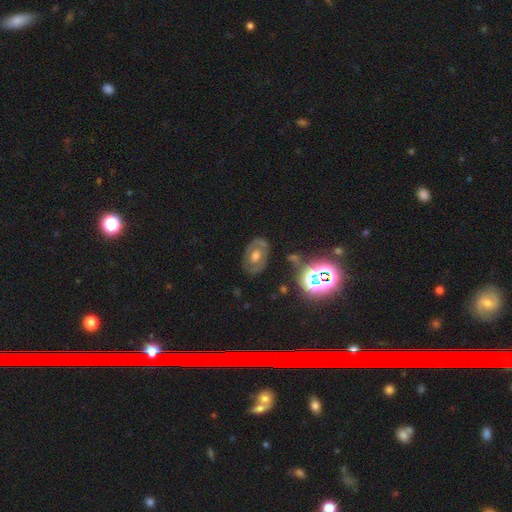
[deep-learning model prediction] Morphology: type=featured or disk (59%); edge-on=no (94%); bar=no (68%); spiral arms=no (64%); bulge=moderate (67%); merging=none (76%).